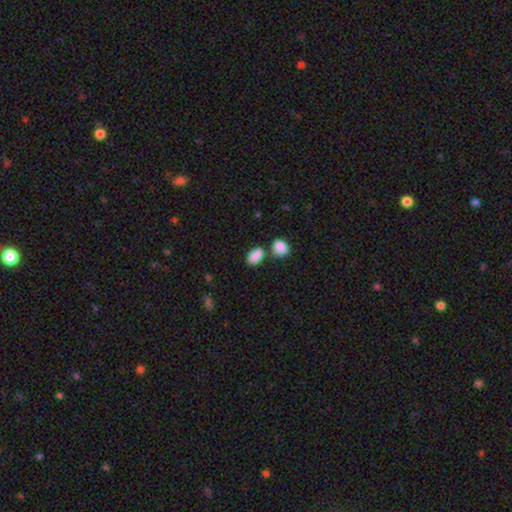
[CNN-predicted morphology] This appears to be a smooth galaxy with no disk features (88%) that is in between round and cigar-shaped (91%). Merging: none (65%).